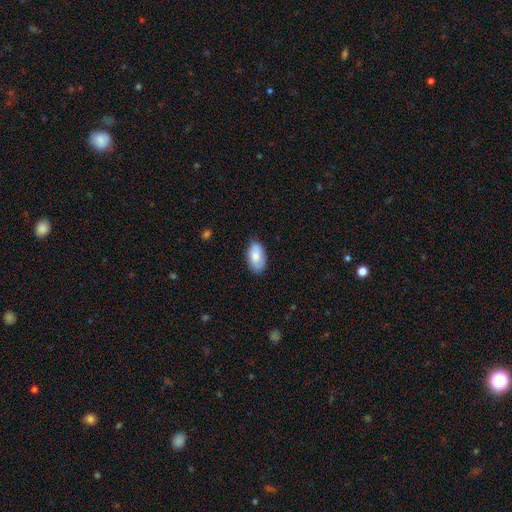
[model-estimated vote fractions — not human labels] This appears to be a smooth galaxy with no disk features (76%) that is in between round and cigar-shaped (94%). Merging: none (79%).